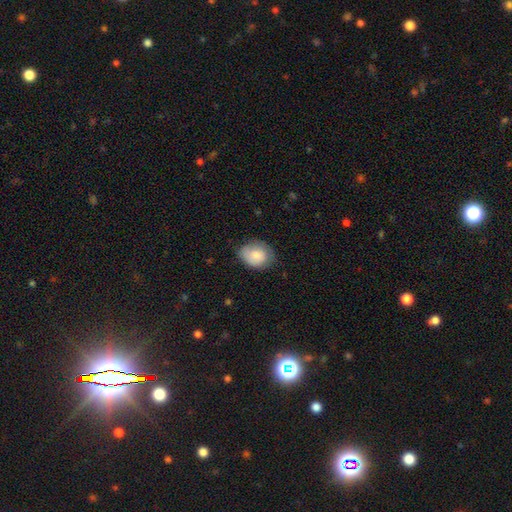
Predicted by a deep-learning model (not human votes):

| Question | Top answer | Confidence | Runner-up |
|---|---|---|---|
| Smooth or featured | smooth | 78% | featured or disk (15%) |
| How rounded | in between | 51% | round (48%) |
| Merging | none | 64% | minor disturbance (28%) |